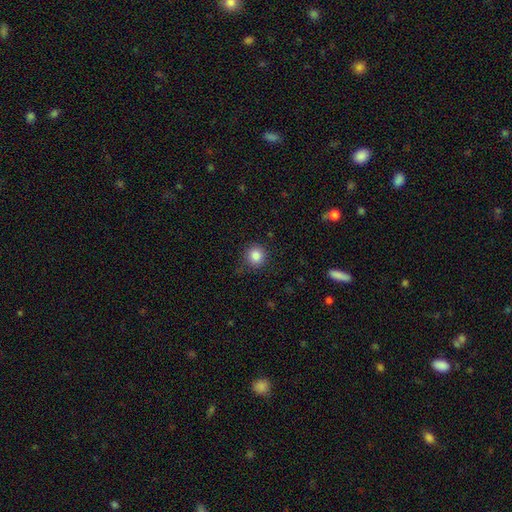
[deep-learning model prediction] The model was most divided on "smooth or featured": smooth: 85%, star or artifact: 10%, featured or disk: 4%. More confident: how rounded — round (92%); merging — none (87%).